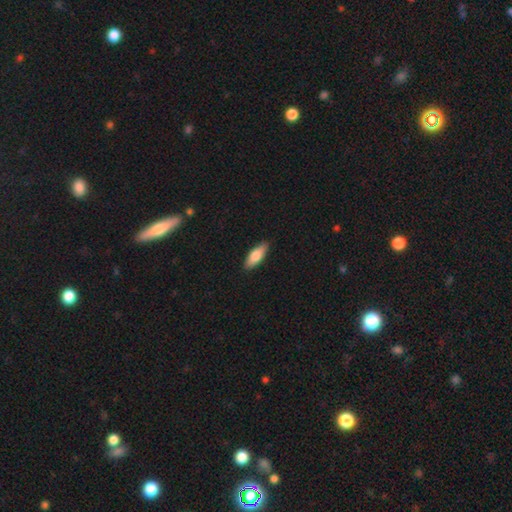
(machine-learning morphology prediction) This is clearly a smooth galaxy (81%). How rounded: likely in between (69%). Merging: clearly none (89%).